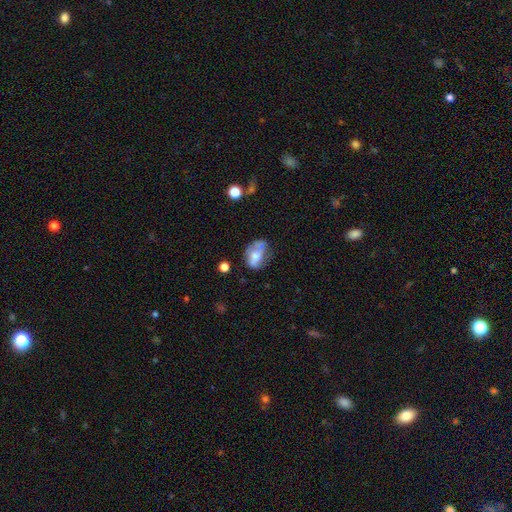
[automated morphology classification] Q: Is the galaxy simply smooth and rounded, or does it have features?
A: smooth — 52%.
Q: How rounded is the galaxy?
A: in between — 74%.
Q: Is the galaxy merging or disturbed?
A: none — 42%.